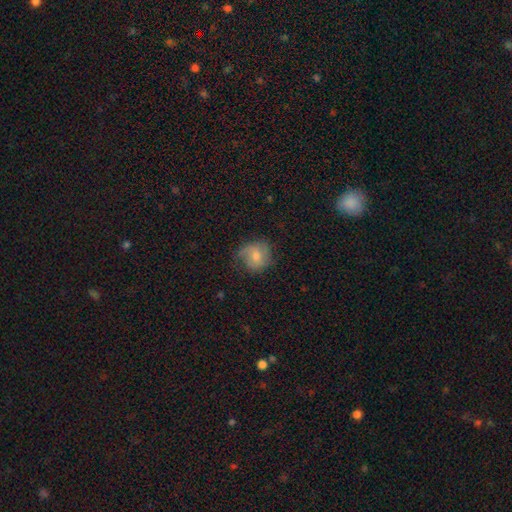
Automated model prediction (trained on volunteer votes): Smooth or featured? Predicted: smooth (p=0.62). How rounded? Predicted: round (p=0.77). Merging? Predicted: none (p=0.60).